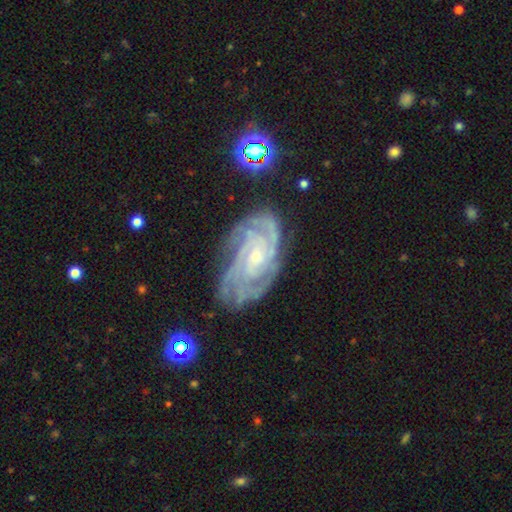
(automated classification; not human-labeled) This is clearly a featured or disk galaxy (88%). It is clearly not viewed edge-on (97%). Bar: likely no (62%). Spiral arm pattern: clearly yes (98%). Spiral arm count: marginally 4 (30%). Spiral winding: likely tight (72%). Central bulge: likely small (72%). Merging: likely none (73%).